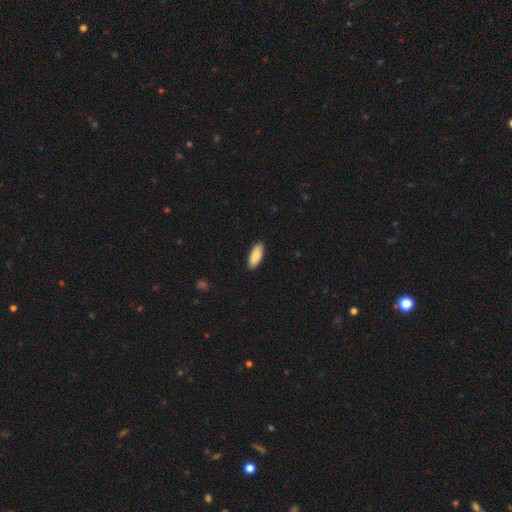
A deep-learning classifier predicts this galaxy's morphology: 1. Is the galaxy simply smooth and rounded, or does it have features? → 88% smooth, 7% featured or disk, 5% star or artifact.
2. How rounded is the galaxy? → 78% in between, 21% cigar-shaped, 2% round.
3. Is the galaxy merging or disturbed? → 90% none, 8% minor disturbance, 2% major disturbance, 1% merger.